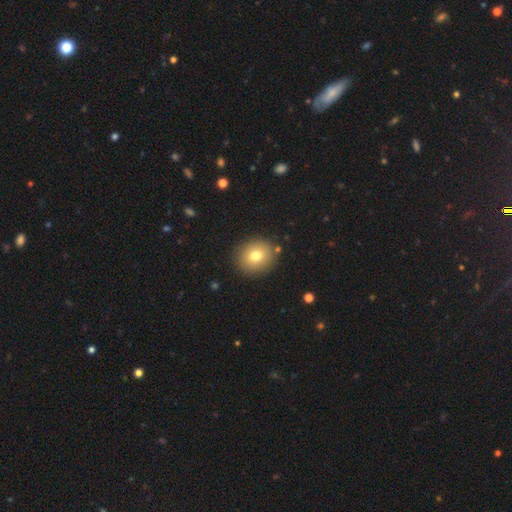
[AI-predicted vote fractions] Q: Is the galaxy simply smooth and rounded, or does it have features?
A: smooth — 76%.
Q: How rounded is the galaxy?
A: round — 75%.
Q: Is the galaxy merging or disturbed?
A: none — 88%.